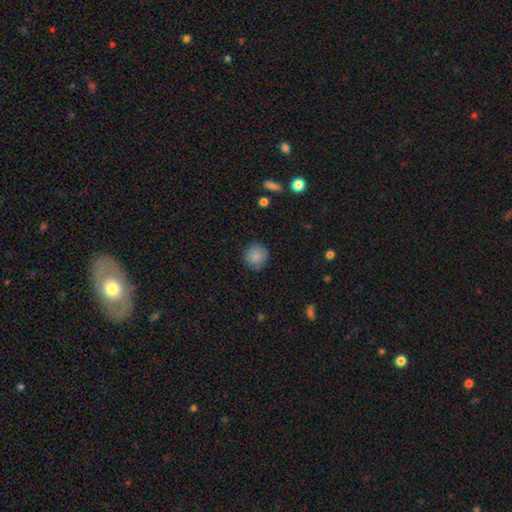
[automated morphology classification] type=smooth (86%); roundness=round (93%); merging=none (84%).